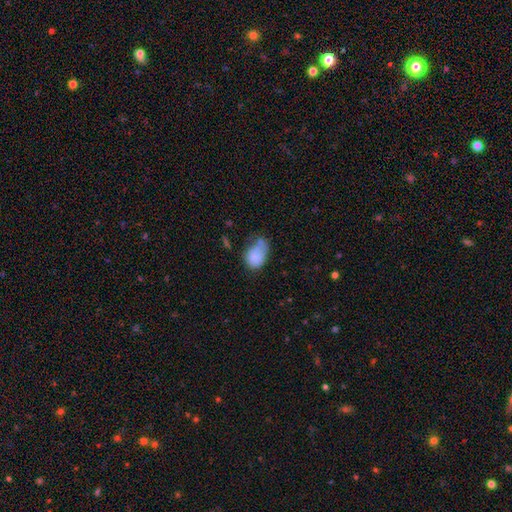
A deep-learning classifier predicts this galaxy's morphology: Smooth or featured? Predicted: smooth (p=0.75). How rounded? Predicted: in between (p=0.82). Merging? Predicted: minor disturbance (p=0.36).